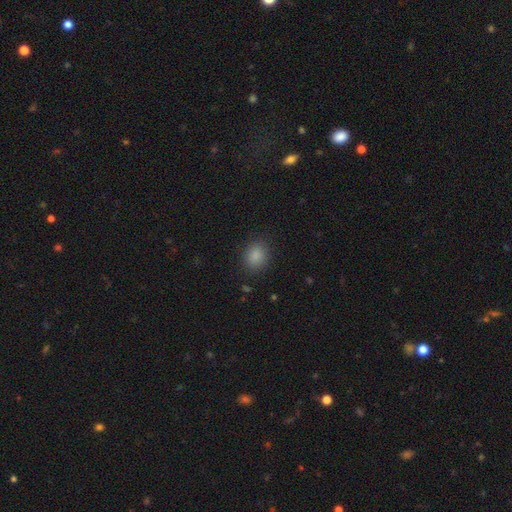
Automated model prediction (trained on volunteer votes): Smooth or featured? smooth (87%)
How rounded? round (53%)
Merging? none (86%)